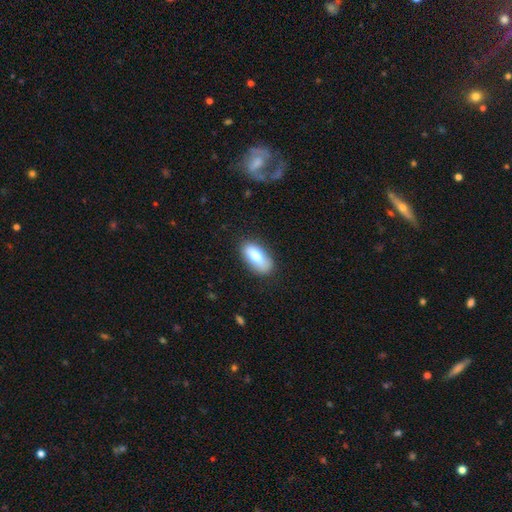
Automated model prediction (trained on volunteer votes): Overall: smooth (76%). How rounded: in between (89%). Merging: none (79%).